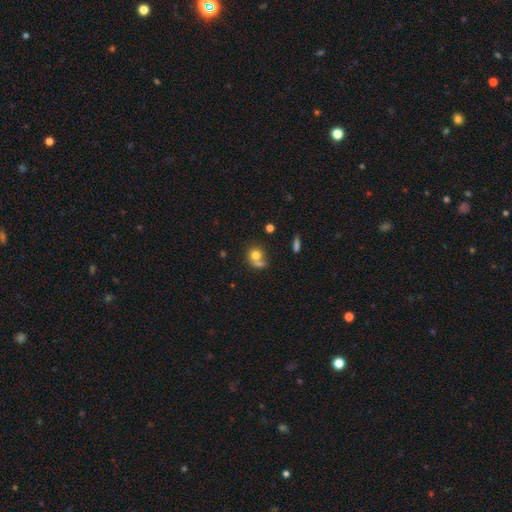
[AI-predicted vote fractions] Smooth or featured? Predicted: smooth (p=0.75). How rounded? Predicted: round (p=0.80). Merging? Predicted: none (p=0.43).